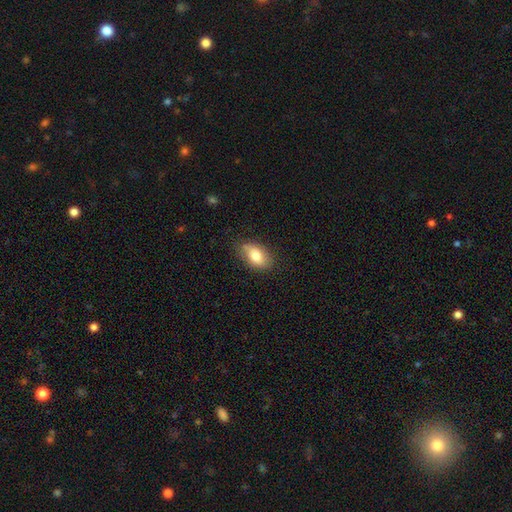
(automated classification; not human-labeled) Smooth or featured? Predicted: smooth (p=0.75). How rounded? Predicted: in between (p=0.89). Merging? Predicted: none (p=0.77).